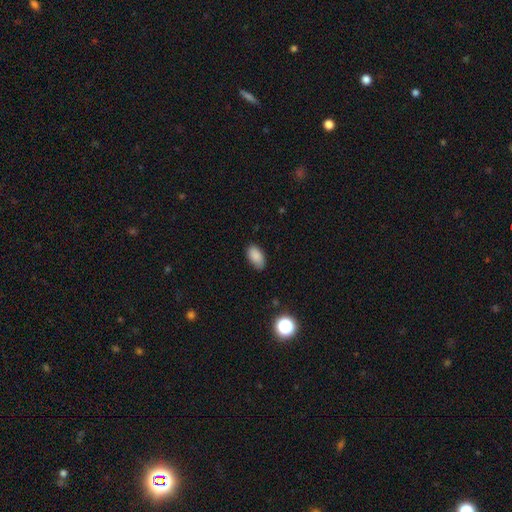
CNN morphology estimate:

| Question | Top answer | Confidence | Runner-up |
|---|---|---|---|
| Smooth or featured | smooth | 88% | star or artifact (8%) |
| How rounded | in between | 94% | round (3%) |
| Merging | none | 80% | minor disturbance (16%) |